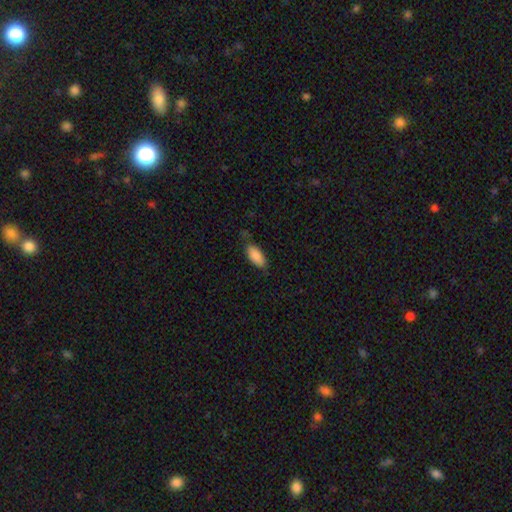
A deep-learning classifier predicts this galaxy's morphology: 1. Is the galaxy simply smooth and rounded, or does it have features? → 89% smooth, 6% star or artifact, 5% featured or disk.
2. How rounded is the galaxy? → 87% in between, 11% cigar-shaped, 2% round.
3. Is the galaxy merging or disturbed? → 75% none, 20% minor disturbance, 4% major disturbance, 2% merger.